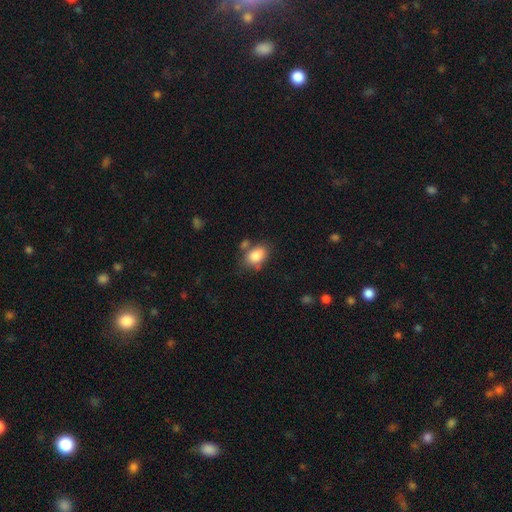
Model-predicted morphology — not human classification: smooth-or-featured: smooth: 85% | star or artifact: 8% | featured or disk: 7%
  how-rounded: in between: 79% | round: 20% | cigar-shaped: 1%
  merging: none: 62% | minor disturbance: 19% | merger: 13% | major disturbance: 6%